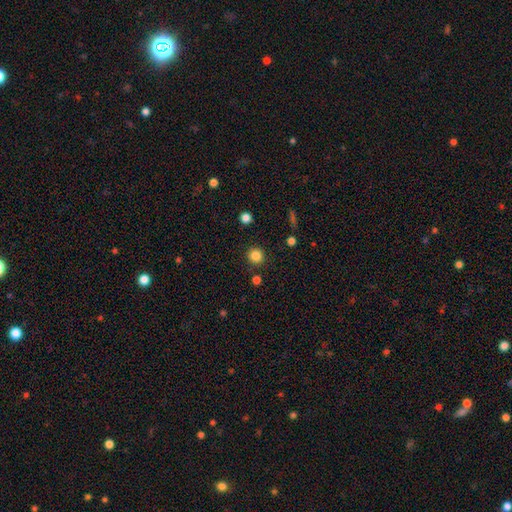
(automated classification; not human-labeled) This appears to be a smooth galaxy with no disk features (84%) that is round (94%). Merging: none (89%).